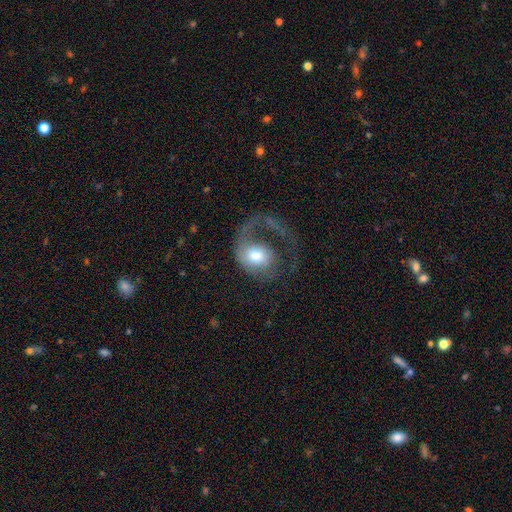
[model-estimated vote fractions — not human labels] Overall: featured or disk (55%; smooth 38%). Edge-on disk: no (97%). Bar: no (73%). Spiral arms: yes (74%). Bulge size: moderate (62%). Merging: major disturbance (60%; none 25%).